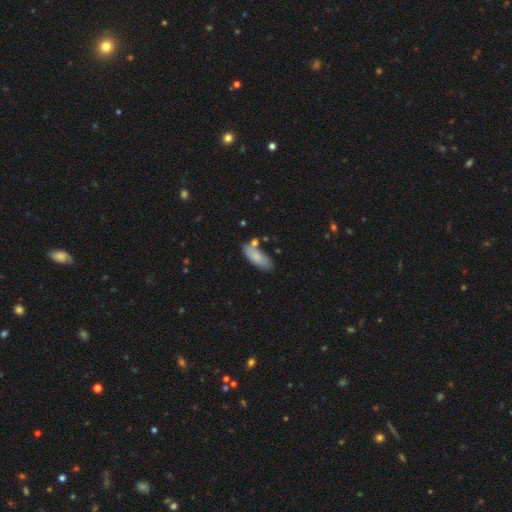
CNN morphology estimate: Smooth or featured? smooth (80%)
How rounded? in between (77%)
Merging? none (60%)